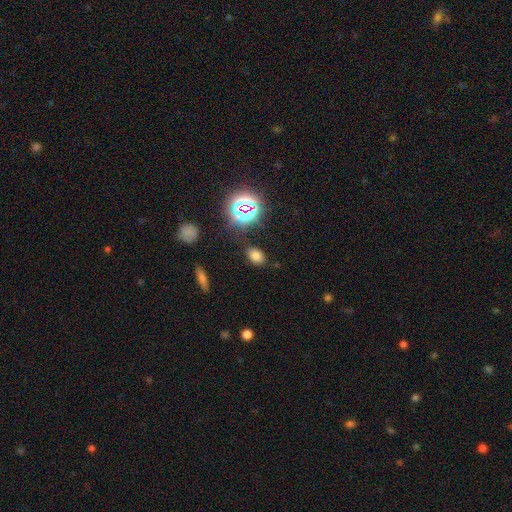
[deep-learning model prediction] Q: Smooth or featured?
A: smooth (69%); runner-up: star or artifact (23%)
Q: How rounded?
A: in between (80%); runner-up: round (18%)
Q: Merging?
A: none (83%); runner-up: minor disturbance (11%)